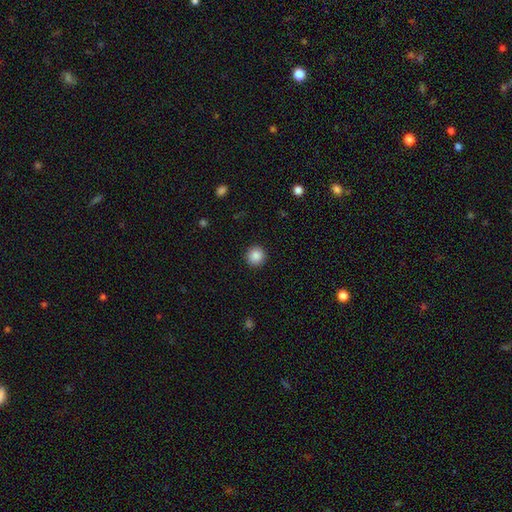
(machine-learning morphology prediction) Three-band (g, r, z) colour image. It shows a smooth galaxy with no disk features (87%) that is round (95%). Merging: none (92%).